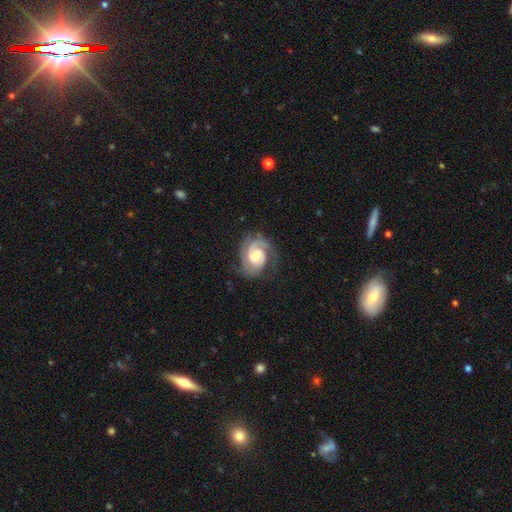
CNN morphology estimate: Smooth or featured? Predicted: featured or disk (p=0.86). Edge-on disk? Predicted: no (p=0.98). Bar? Predicted: no (p=0.62). Spiral arms? Predicted: yes (p=0.97). Spiral winding? Predicted: tight (p=0.56). Spiral arm count? Predicted: 2 (p=0.62). Bulge size? Predicted: moderate (p=0.57). Merging? Predicted: none (p=0.70).